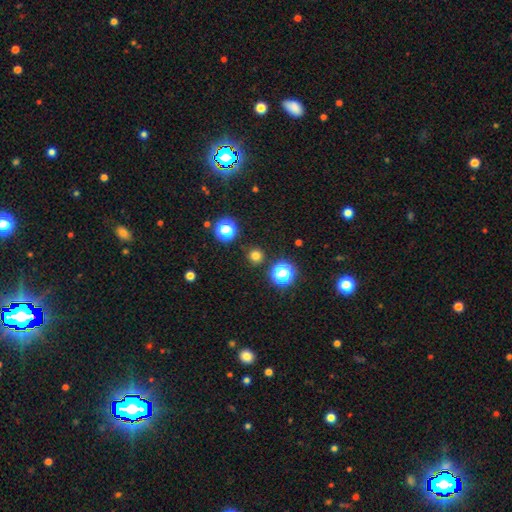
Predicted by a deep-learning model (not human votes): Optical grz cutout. It shows a smooth galaxy with no disk features (75%) that is round (95%). Merging: none (91%).